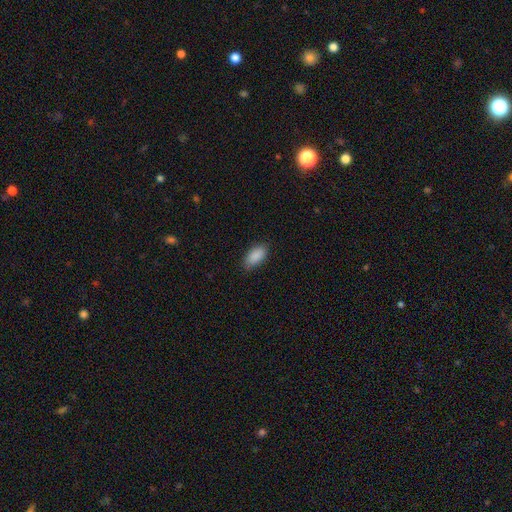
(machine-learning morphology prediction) A smooth galaxy with no disk features (89%) that is in between round and cigar-shaped (92%).

Vote fractions:
- Smooth or featured? smooth: 89% / star or artifact: 7% / featured or disk: 4%
- How rounded? in between: 92% / cigar-shaped: 6% / round: 3%
- Merging? none: 83% / minor disturbance: 14% / major disturbance: 3% / merger: 1%